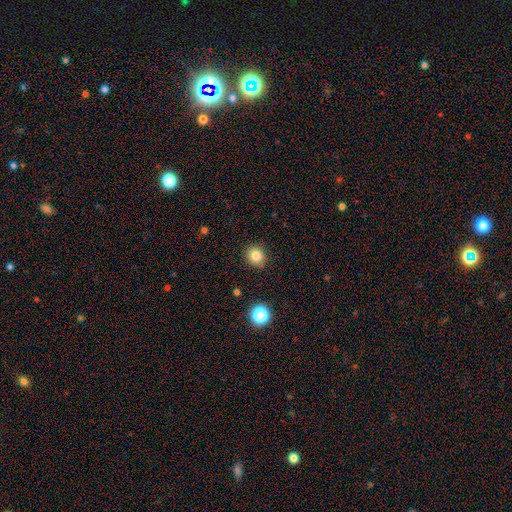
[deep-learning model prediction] This is clearly a smooth galaxy (83%). How rounded: clearly round (81%). Merging: clearly none (88%).